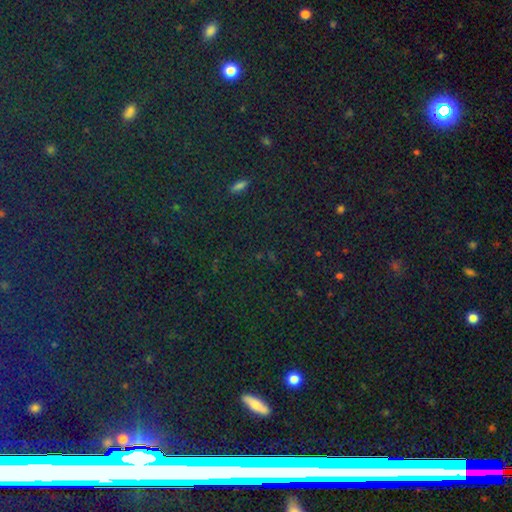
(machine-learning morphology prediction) Overall: star or artifact (77%).